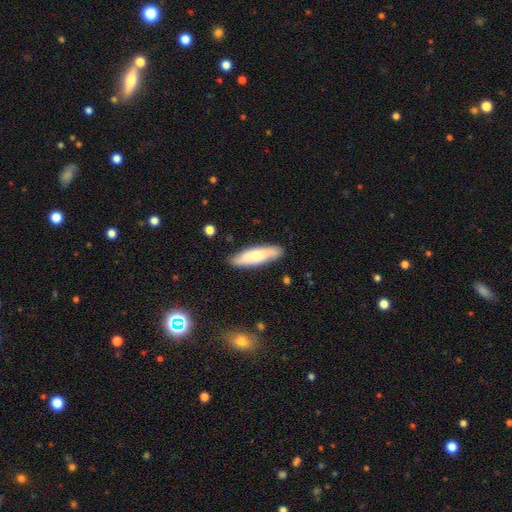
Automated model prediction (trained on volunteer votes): Smooth or featured: smooth — 65% (featured or disk — 29%)
How rounded: cigar-shaped — 65% (in between — 34%)
Merging: none — 84% (minor disturbance — 13%)